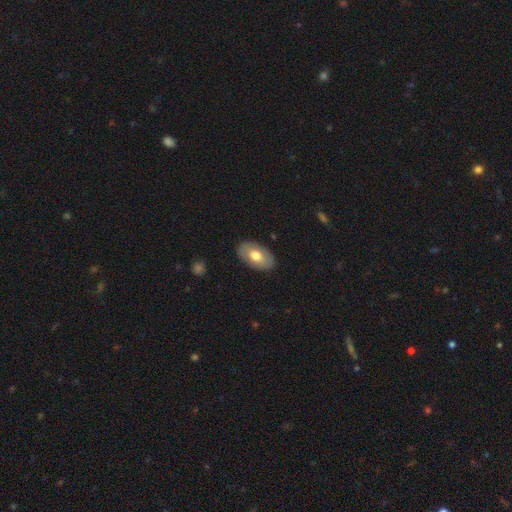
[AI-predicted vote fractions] smooth 64%, featured or disk 30%, star or artifact 6%. Down the decision tree: how rounded — in between (93%); merging — none (87%).